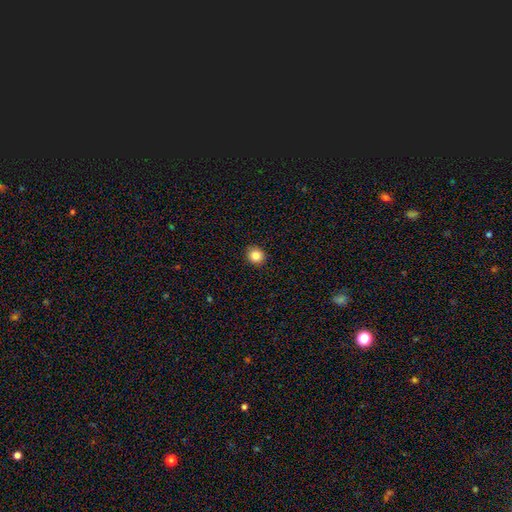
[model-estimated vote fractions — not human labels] A smooth galaxy with no disk features (85%) that is round (85%). Merging: none (91%).